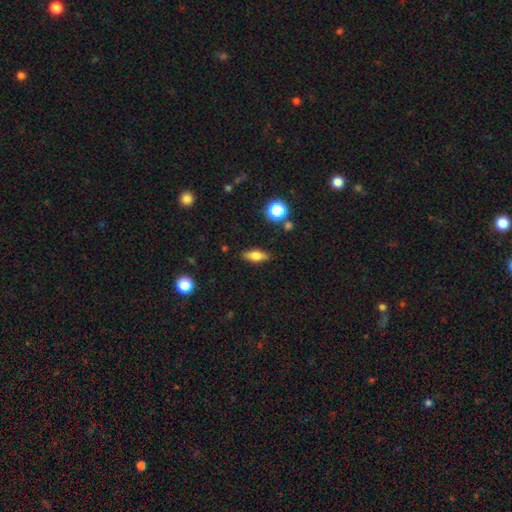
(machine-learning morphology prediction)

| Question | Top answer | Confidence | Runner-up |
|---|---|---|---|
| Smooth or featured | smooth | 64% | featured or disk (26%) |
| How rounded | in between | 64% | cigar-shaped (30%) |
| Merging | none | 86% | minor disturbance (10%) |